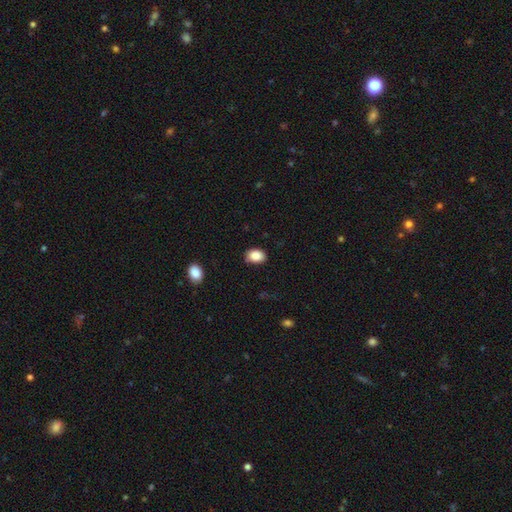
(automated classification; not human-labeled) Smooth or featured: smooth — 88% (star or artifact — 8%)
How rounded: in between — 74% (round — 24%)
Merging: none — 79% (minor disturbance — 17%)